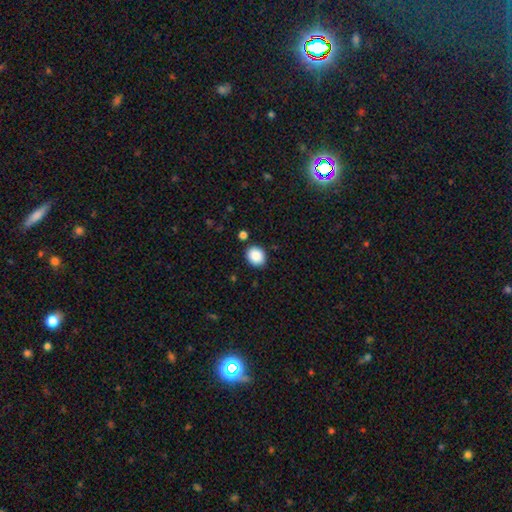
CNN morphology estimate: A smooth galaxy with no disk features (89%) that is round (58%).

Vote fractions:
- Smooth or featured? smooth: 89% / star or artifact: 8% / featured or disk: 3%
- How rounded? round: 58% / in between: 41% / cigar-shaped: 1%
- Merging? none: 86% / minor disturbance: 9% / merger: 3% / major disturbance: 2%